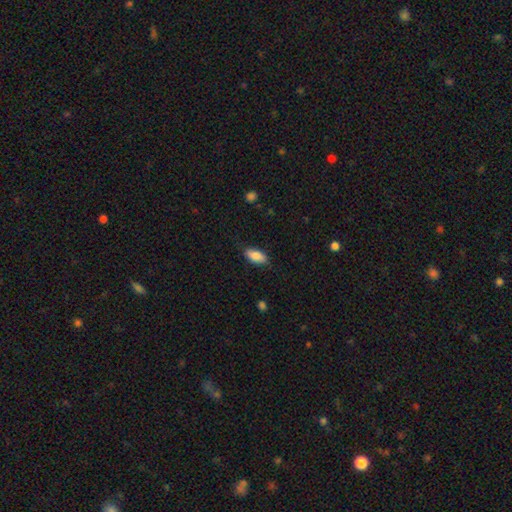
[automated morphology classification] Smooth or featured? Predicted: smooth (p=0.85). How rounded? Predicted: in between (p=0.88). Merging? Predicted: none (p=0.80).